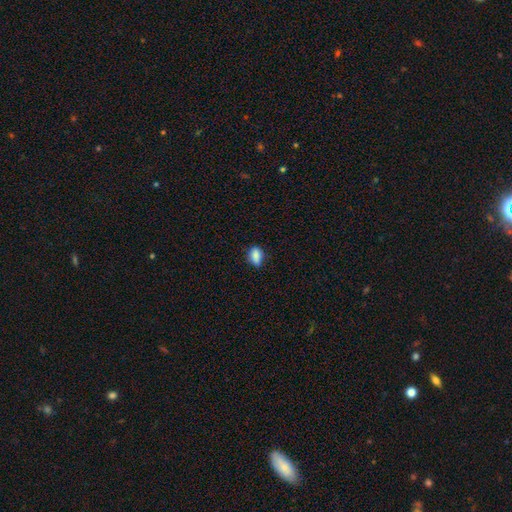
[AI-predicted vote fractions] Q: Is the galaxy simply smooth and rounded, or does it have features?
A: smooth — 85%.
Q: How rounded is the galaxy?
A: in between — 76%.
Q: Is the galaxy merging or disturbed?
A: none — 70%.